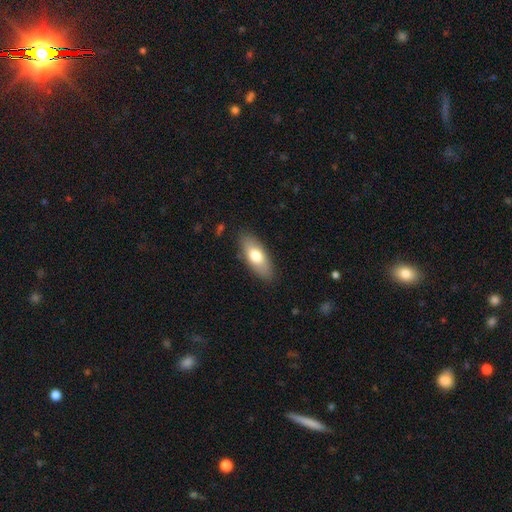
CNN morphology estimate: A smooth galaxy with no disk features (72%) that is in between round and cigar-shaped (80%). Merging: none (85%).